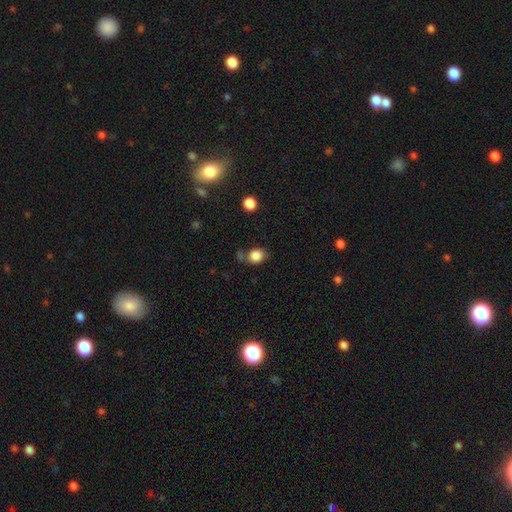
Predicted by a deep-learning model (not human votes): Morphology: type=smooth (84%); roundness=round (54%); merging=none (63%).